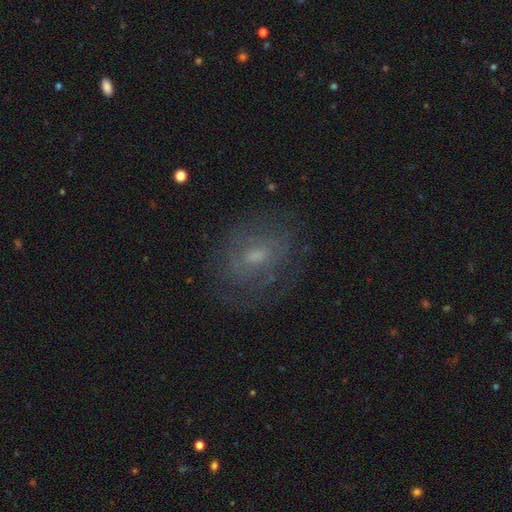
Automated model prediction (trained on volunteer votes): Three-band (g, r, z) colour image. It shows a featured or disk galaxy (56%) with a weak bar (46%), spiral arms (63%) and a moderate central bulge (42%, tied with small). Merging: none (71%).